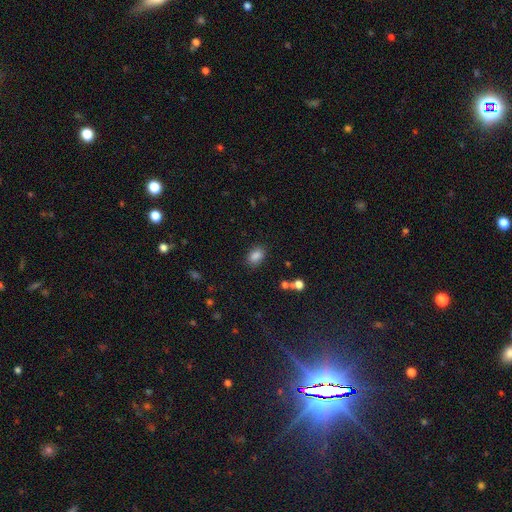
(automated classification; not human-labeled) A smooth galaxy with no disk features (86%) that is in between round and cigar-shaped (82%). Merging: none (85%).